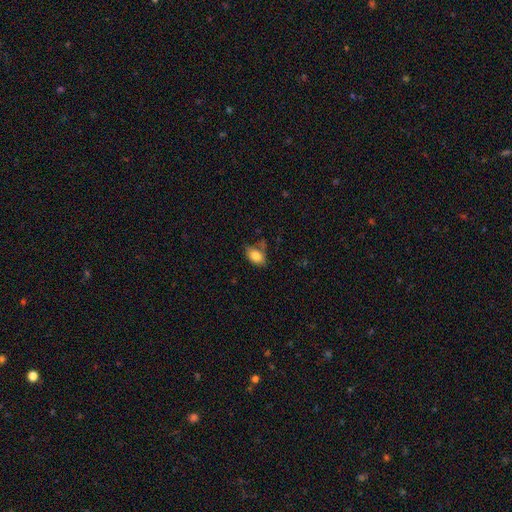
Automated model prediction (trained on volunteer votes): smooth_or_featured: smooth (p=0.81) [alt: featured or disk p=0.11]
how_rounded: in between (p=0.87) [alt: round p=0.11]
merging: none (p=0.55) [alt: minor disturbance p=0.27]